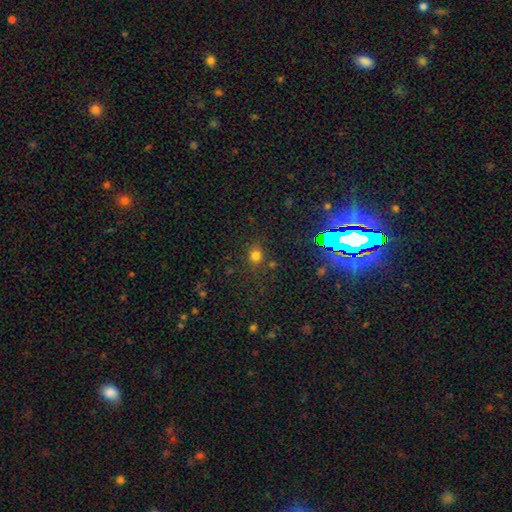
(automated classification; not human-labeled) smooth-or-featured: smooth: 73% | star or artifact: 20% | featured or disk: 6%
  how-rounded: round: 78% | in between: 21% | cigar-shaped: 1%
  merging: none: 79% | minor disturbance: 12% | major disturbance: 5% | merger: 5%